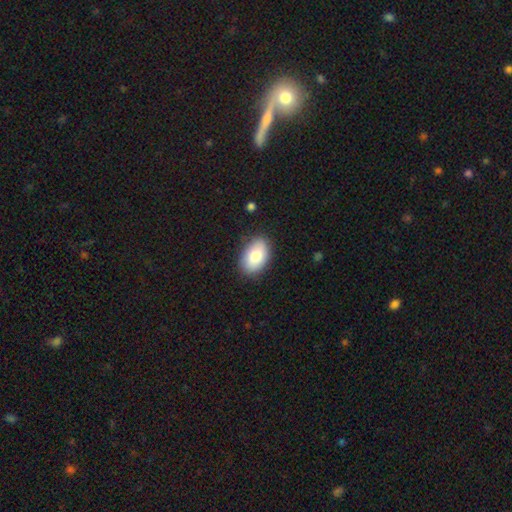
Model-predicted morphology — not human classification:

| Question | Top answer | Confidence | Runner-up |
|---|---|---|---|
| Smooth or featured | smooth | 80% | featured or disk (14%) |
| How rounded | in between | 90% | round (9%) |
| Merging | none | 85% | minor disturbance (11%) |